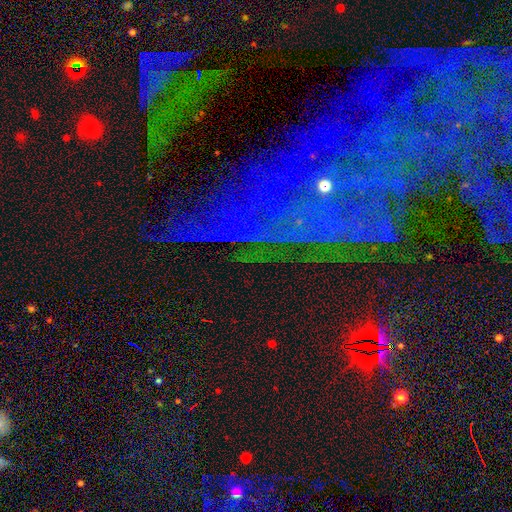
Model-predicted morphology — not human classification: smooth_or_featured: star or artifact (p=0.80) [alt: featured or disk p=0.11]